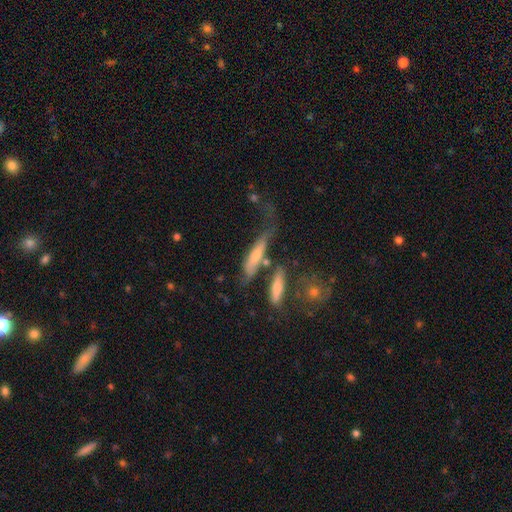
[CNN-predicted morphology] This appears to be a smooth galaxy with no disk features (50%) that is cigar-shaped (72%). Merging: none (37%).